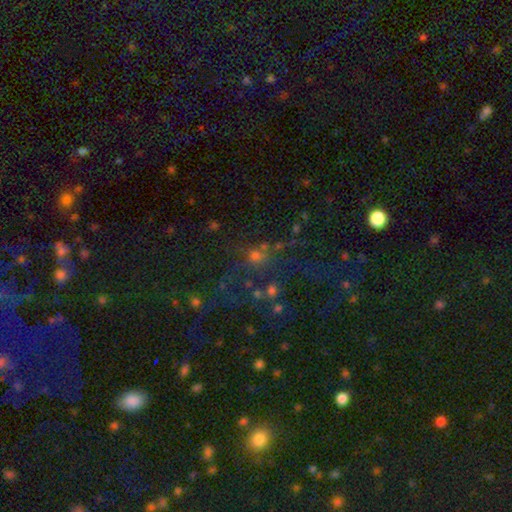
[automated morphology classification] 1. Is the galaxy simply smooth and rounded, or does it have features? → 57% smooth, 31% star or artifact, 12% featured or disk.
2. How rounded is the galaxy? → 86% round, 12% in between, 1% cigar-shaped.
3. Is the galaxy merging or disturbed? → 63% none, 14% merger, 13% minor disturbance, 11% major disturbance.